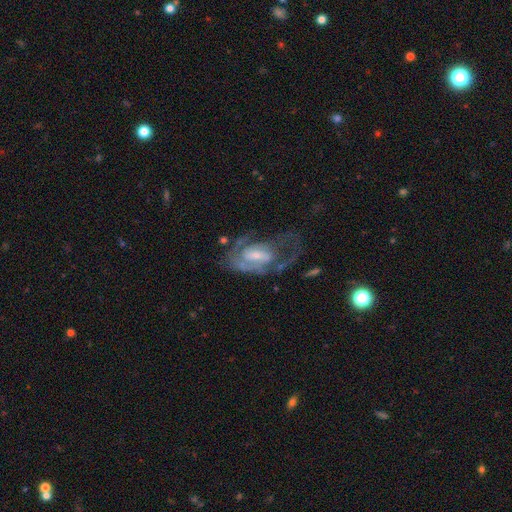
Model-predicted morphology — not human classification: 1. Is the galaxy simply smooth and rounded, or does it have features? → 79% featured or disk, 15% smooth, 6% star or artifact.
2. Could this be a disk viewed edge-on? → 95% no, 5% yes.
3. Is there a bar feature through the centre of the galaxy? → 47% weak, 36% no, 17% strong.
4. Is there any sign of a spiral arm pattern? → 83% yes, 17% no.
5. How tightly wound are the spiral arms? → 43% medium, 38% tight, 19% loose.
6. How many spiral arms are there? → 44% 2, 27% can't tell, 18% 1, 7% 3, 2% 4, 2% more than 4.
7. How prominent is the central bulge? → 47% small, 38% moderate, 8% none, 7% large, 1% dominant.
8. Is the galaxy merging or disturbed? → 42% major disturbance, 34% none, 20% minor disturbance, 5% merger.